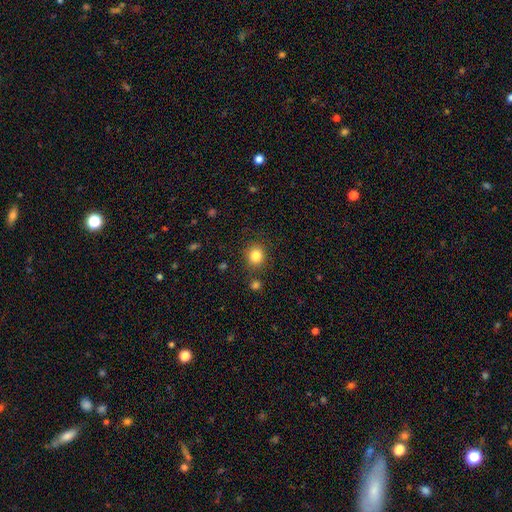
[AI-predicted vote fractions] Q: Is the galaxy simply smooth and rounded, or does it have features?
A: smooth — 83%.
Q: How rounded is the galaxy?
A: round — 81%.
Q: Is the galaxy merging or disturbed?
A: none — 83%.